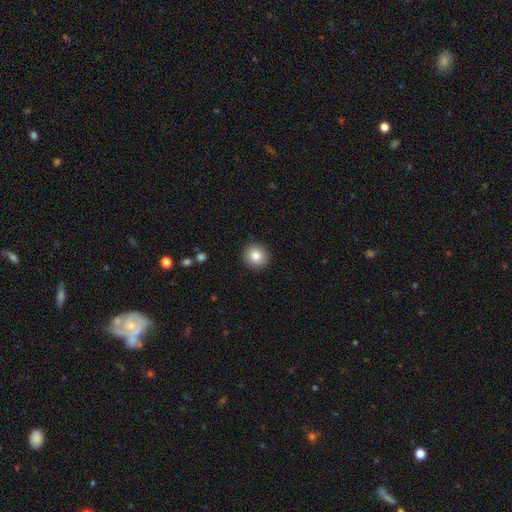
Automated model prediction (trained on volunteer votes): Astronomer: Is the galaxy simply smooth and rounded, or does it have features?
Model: smooth — 84%.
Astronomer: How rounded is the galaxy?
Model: round — 91%.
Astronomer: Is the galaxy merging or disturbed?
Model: none — 92%.